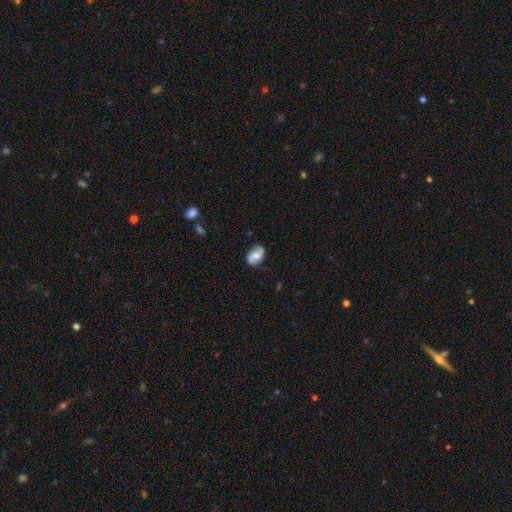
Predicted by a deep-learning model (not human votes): This is possibly a featured or disk galaxy (57%). It is clearly not viewed edge-on (97%). Bar: possibly no (57%). Spiral arm pattern: clearly yes (90%). Central bulge: possibly moderate (55%). Merging: likely none (73%).